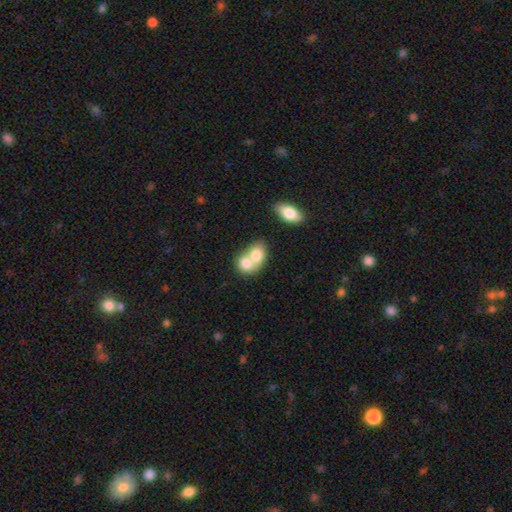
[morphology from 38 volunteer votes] type=smooth (74%); roundness=round (50%, tied with in between); merging=merger (83%).